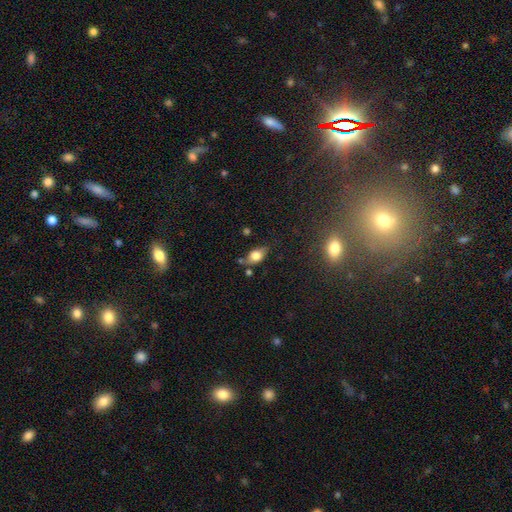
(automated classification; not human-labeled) smooth-or-featured: smooth: 71% | featured or disk: 19% | star or artifact: 10%
  how-rounded: in between: 82% | round: 12% | cigar-shaped: 6%
  merging: none: 64% | minor disturbance: 23% | merger: 7% | major disturbance: 6%